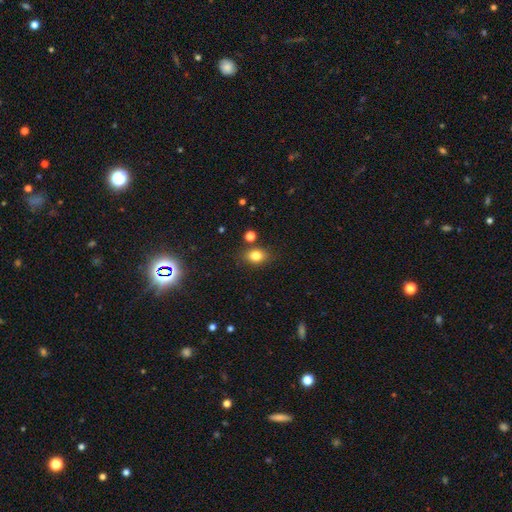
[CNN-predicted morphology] Smooth or featured: smooth — 80% (star or artifact — 12%)
How rounded: in between — 63% (round — 35%)
Merging: none — 79% (minor disturbance — 12%)